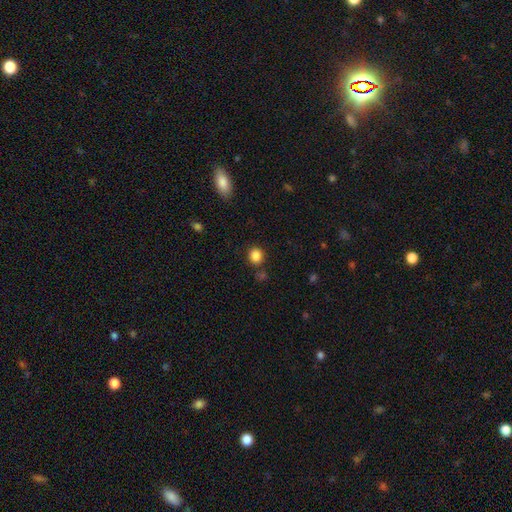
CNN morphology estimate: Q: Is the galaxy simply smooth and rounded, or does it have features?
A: smooth — 85%.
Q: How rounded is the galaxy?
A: round — 81%.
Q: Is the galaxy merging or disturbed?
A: none — 82%.